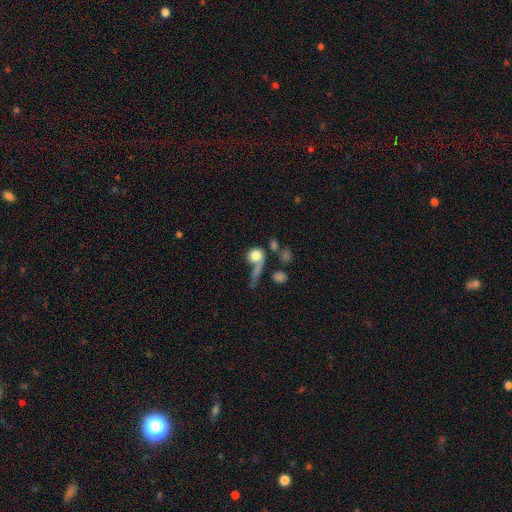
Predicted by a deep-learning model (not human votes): smooth 68%, featured or disk 22%, star or artifact 10%. Down the decision tree: how rounded — round (79%); merging — major disturbance (37%).